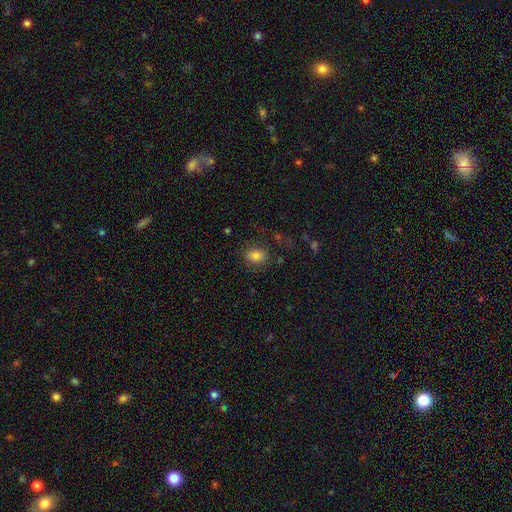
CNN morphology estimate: This appears to be a smooth galaxy with no disk features (78%) that is in between round and cigar-shaped (65%). Merging: none (72%).